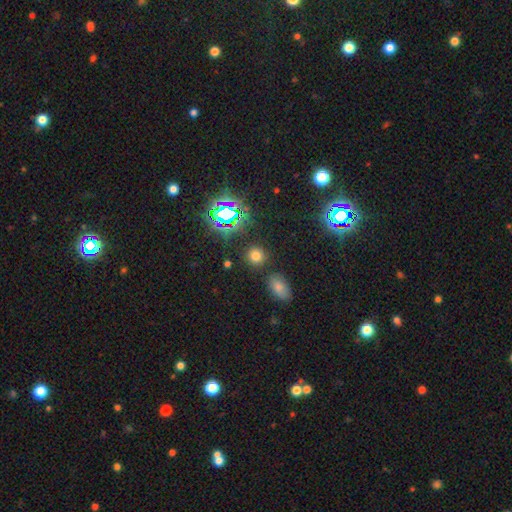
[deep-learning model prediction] Smooth or featured? smooth (68%)
How rounded? round (89%)
Merging? none (87%)